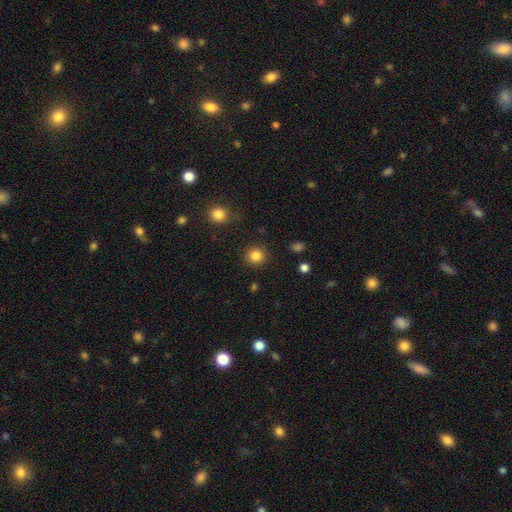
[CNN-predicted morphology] Smooth or featured? smooth (85%)
How rounded? round (91%)
Merging? none (90%)